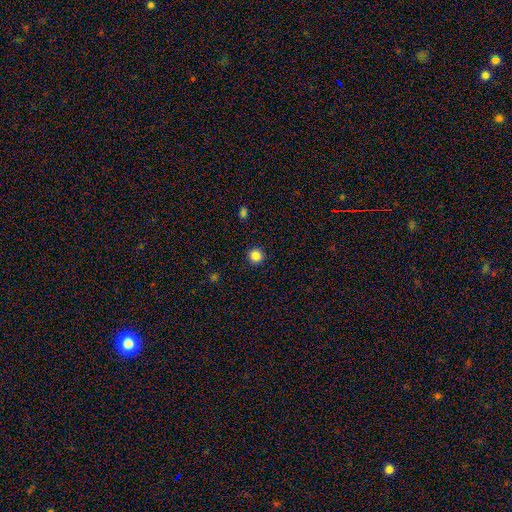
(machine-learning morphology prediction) type=smooth (86%); roundness=round (94%); merging=none (93%).